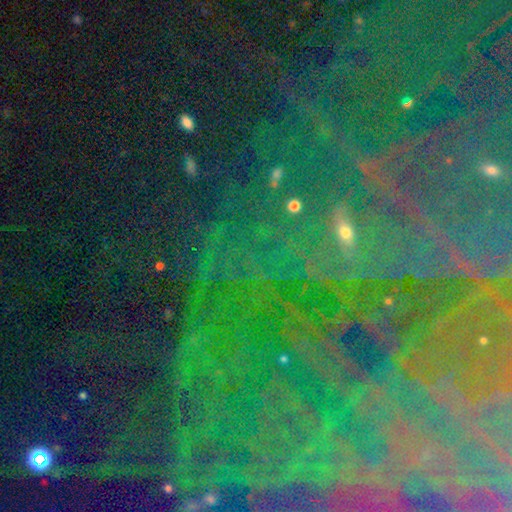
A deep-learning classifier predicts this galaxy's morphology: type=star or artifact (73%).